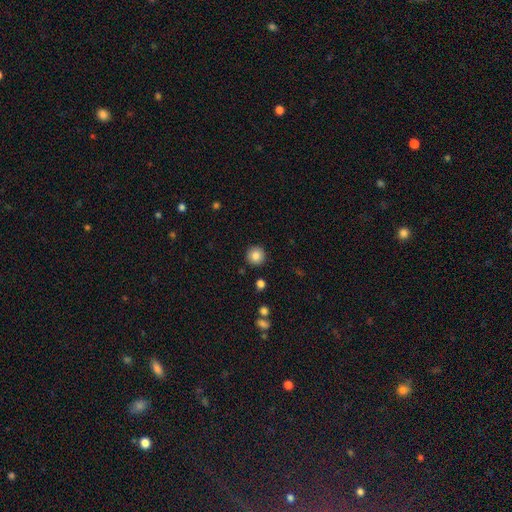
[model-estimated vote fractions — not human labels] A smooth galaxy with no disk features (84%) that is round (95%).

Vote fractions:
- Smooth or featured? smooth: 84% / star or artifact: 9% / featured or disk: 7%
- How rounded? round: 95% / in between: 4% / cigar-shaped: 1%
- Merging? none: 91% / minor disturbance: 6% / major disturbance: 2% / merger: 2%